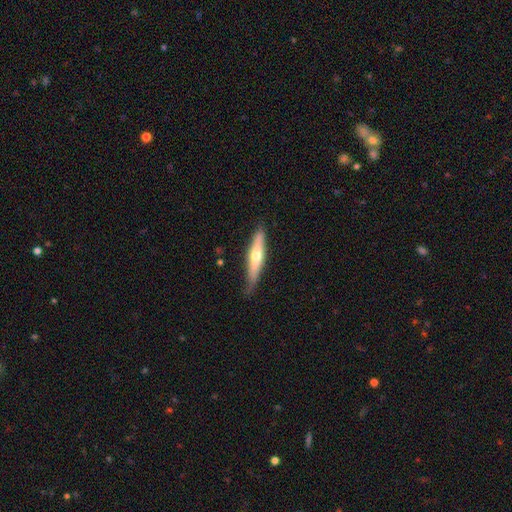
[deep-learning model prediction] A smooth galaxy with no disk features (51%) that is cigar-shaped (82%).

Vote fractions:
- Smooth or featured? smooth: 51% / featured or disk: 44% / star or artifact: 5%
- How rounded? cigar-shaped: 82% / in between: 17% / round: 2%
- Merging? none: 75% / minor disturbance: 20% / major disturbance: 3% / merger: 1%